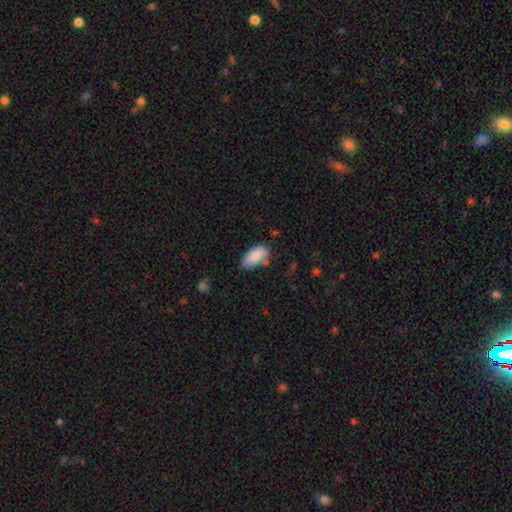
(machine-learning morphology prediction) Smooth or featured? Predicted: smooth (p=0.87). How rounded? Predicted: in between (p=0.92). Merging? Predicted: none (p=0.69).